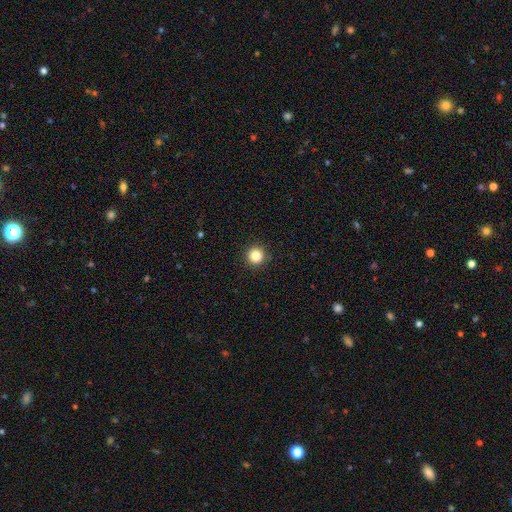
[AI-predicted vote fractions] This is clearly a smooth galaxy (84%). How rounded: clearly round (96%). Merging: clearly none (93%).